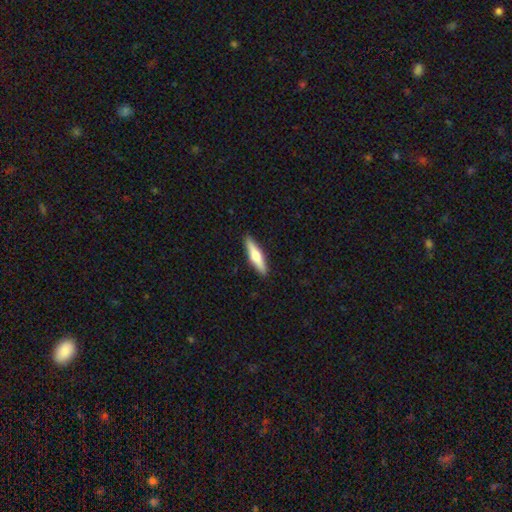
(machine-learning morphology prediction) smooth 53%, featured or disk 42%, star or artifact 5%. Down the decision tree: how rounded — cigar-shaped (79%); merging — none (91%).